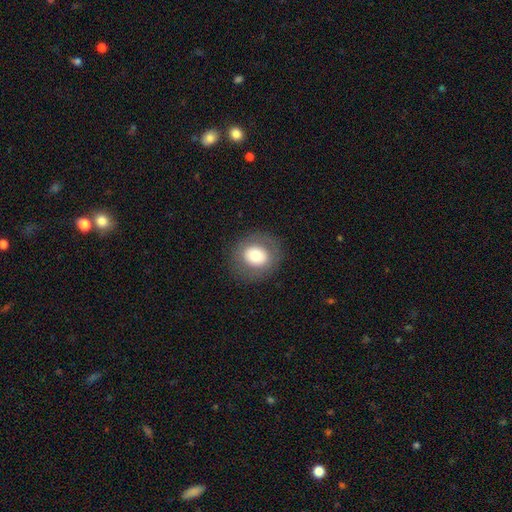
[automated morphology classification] Smooth or featured? smooth (68%)
How rounded? round (78%)
Merging? none (84%)